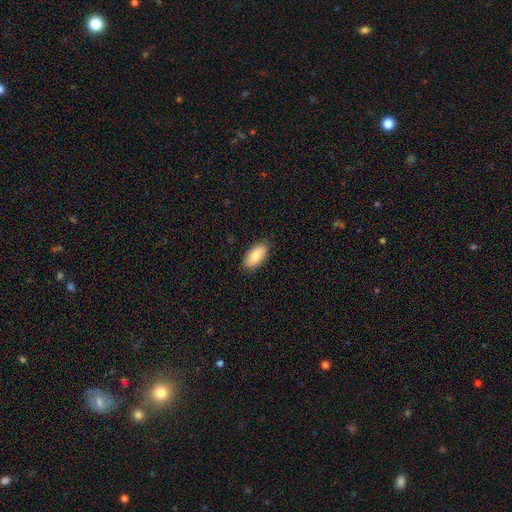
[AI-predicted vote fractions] A smooth galaxy with no disk features (83%) that is in between round and cigar-shaped (92%).

Vote fractions:
- Smooth or featured? smooth: 83% / featured or disk: 11% / star or artifact: 6%
- How rounded? in between: 92% / cigar-shaped: 6% / round: 2%
- Merging? none: 87% / minor disturbance: 10% / major disturbance: 2% / merger: 1%